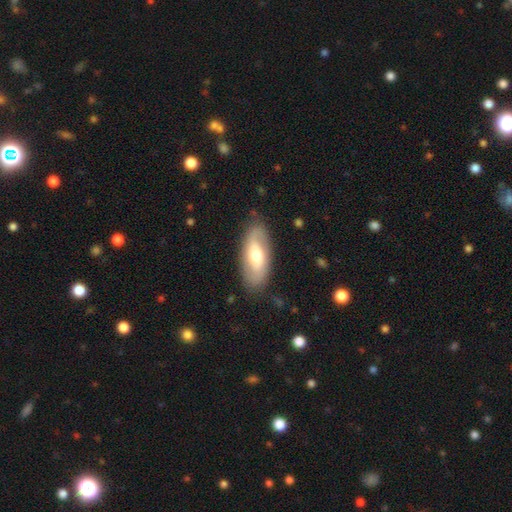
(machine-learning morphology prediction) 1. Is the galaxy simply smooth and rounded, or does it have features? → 52% featured or disk, 43% smooth, 5% star or artifact.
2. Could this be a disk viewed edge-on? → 86% no, 14% yes.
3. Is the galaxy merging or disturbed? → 81% none, 13% minor disturbance, 4% major disturbance, 1% merger.